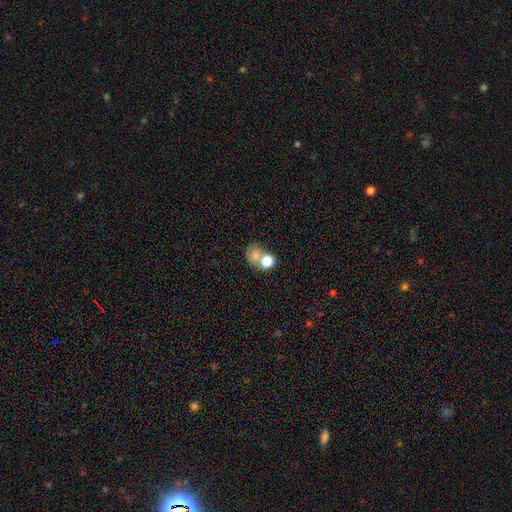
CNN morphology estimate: Smooth or featured? smooth (74%)
How rounded? round (64%)
Merging? merger (49%)